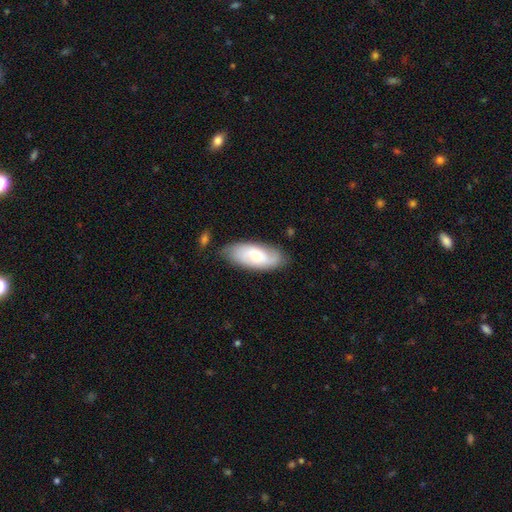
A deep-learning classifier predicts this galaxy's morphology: type=smooth (52%); roundness=in between (85%); merging=none (77%).